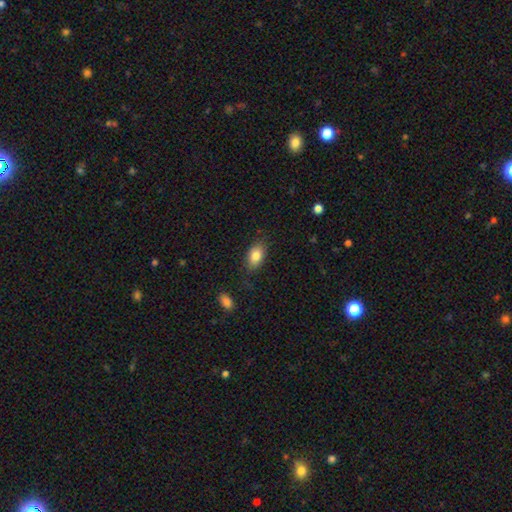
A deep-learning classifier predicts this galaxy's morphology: A smooth galaxy with no disk features (83%) that is in between round and cigar-shaped (89%).

Vote fractions:
- Smooth or featured? smooth: 83% / featured or disk: 9% / star or artifact: 8%
- How rounded? in between: 89% / round: 8% / cigar-shaped: 2%
- Merging? none: 81% / minor disturbance: 14% / major disturbance: 3% / merger: 2%